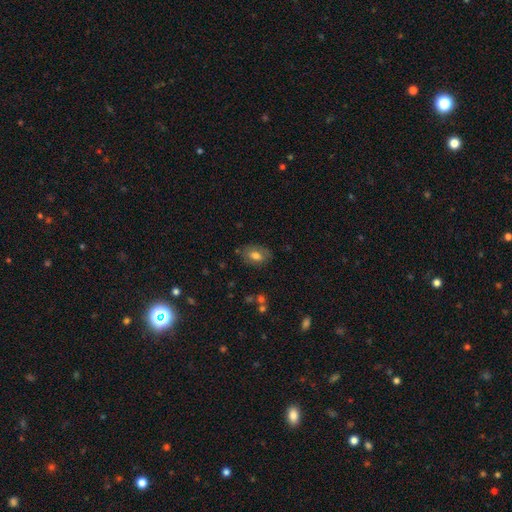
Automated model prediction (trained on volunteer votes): Smooth or featured: smooth — 69% (featured or disk — 22%)
How rounded: in between — 86% (round — 12%)
Merging: none — 76% (minor disturbance — 17%)